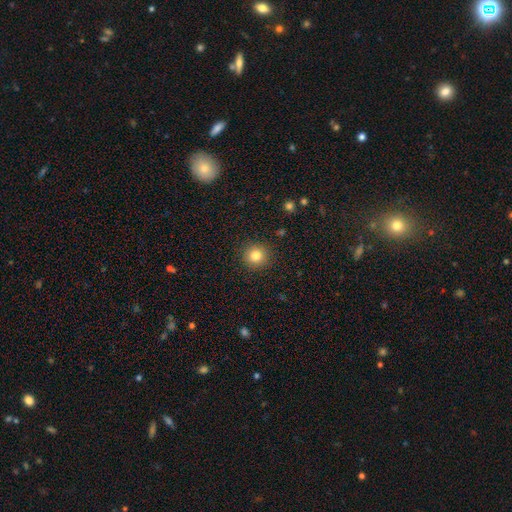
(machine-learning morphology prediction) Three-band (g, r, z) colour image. It shows a smooth galaxy with no disk features (82%) that is round (93%). Merging: none (91%).